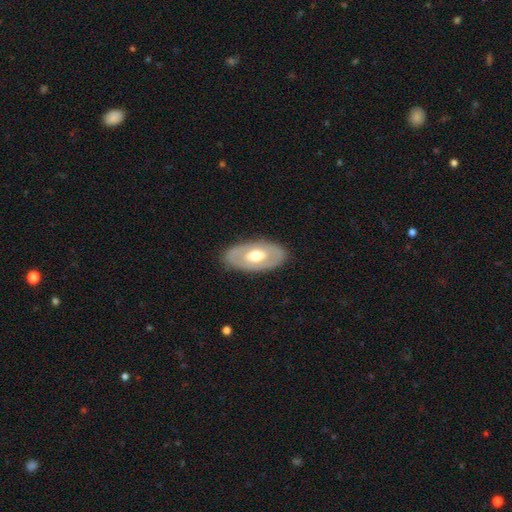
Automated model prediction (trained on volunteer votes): A featured or disk galaxy (54%). Merging: none (84%).